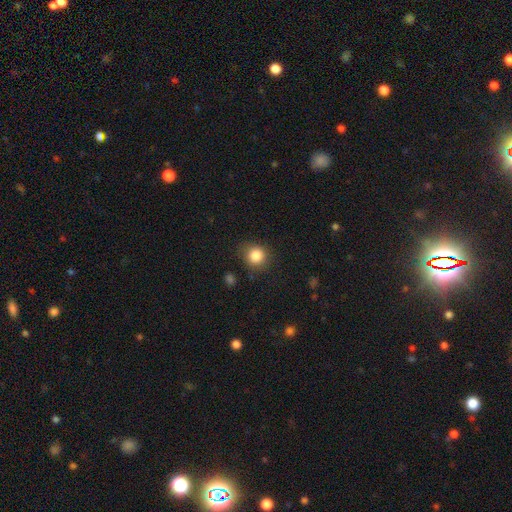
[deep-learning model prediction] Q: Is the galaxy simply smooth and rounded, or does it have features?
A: smooth — 85%.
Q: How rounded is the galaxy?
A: round — 86%.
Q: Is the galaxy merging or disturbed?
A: none — 80%.